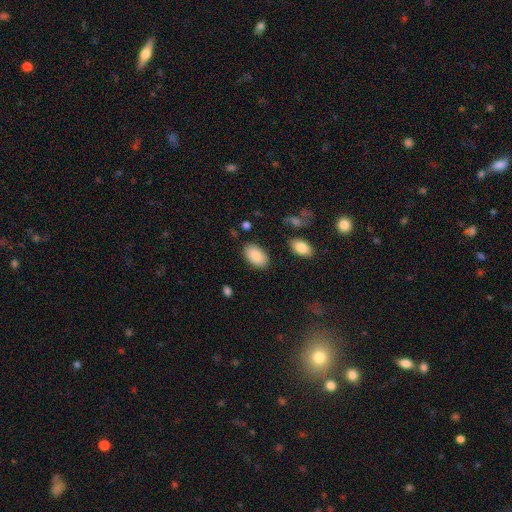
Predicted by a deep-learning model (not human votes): The model was most divided on "merging": none: 85%, minor disturbance: 10%, major disturbance: 3%, merger: 2%. More confident: how rounded — in between (94%); smooth or featured — smooth (88%).